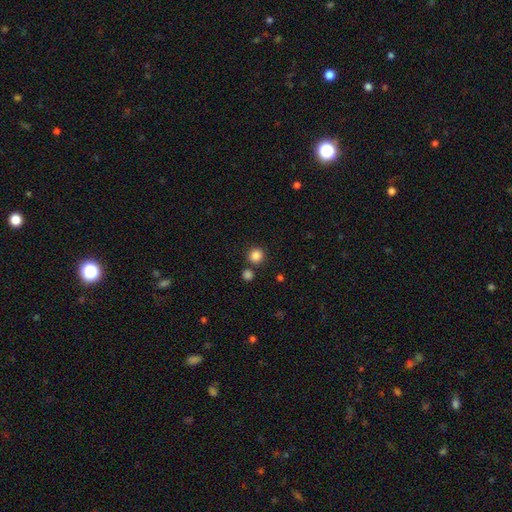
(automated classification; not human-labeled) smooth-or-featured: smooth: 85% | star or artifact: 12% | featured or disk: 4%
  how-rounded: round: 94% | in between: 5% | cigar-shaped: 1%
  merging: none: 82% | merger: 9% | minor disturbance: 6% | major disturbance: 2%